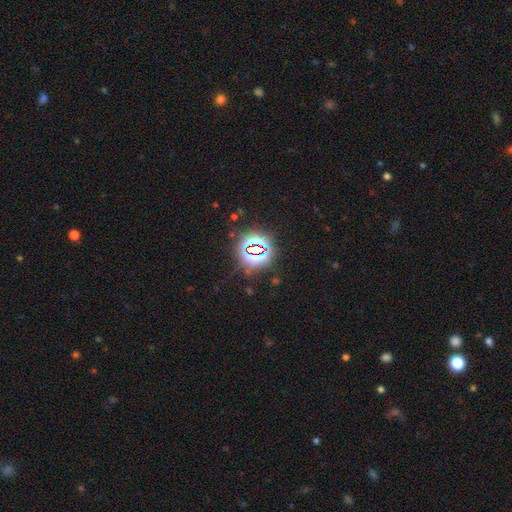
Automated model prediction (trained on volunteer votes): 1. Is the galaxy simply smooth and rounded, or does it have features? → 77% star or artifact, 15% smooth, 8% featured or disk.